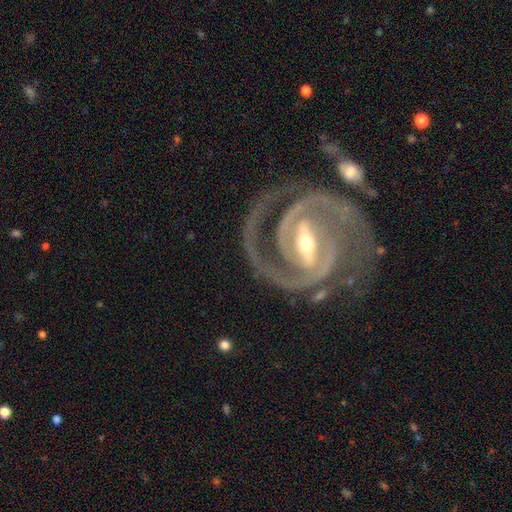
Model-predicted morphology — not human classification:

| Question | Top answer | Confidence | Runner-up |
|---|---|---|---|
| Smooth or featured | featured or disk | 93% | star or artifact (4%) |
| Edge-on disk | no | 97% | yes (3%) |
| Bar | strong | 68% | weak (25%) |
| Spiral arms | yes | 98% | no (2%) |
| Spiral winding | tight | 64% | medium (32%) |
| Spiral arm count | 2 | 85% | 3 (7%) |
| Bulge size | moderate | 53% | small (41%) |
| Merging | none | 71% | minor disturbance (15%) |